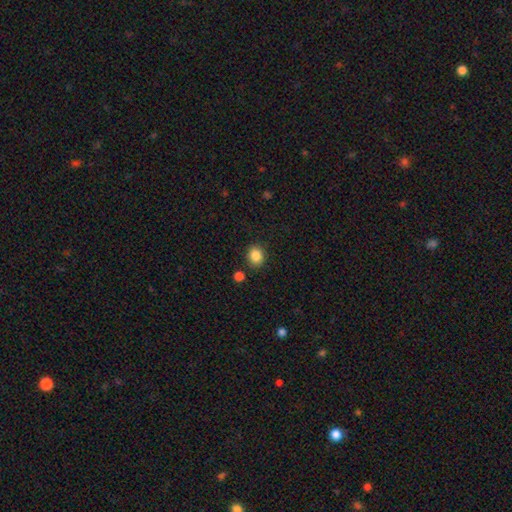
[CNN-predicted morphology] smooth-or-featured: smooth: 87% | star or artifact: 9% | featured or disk: 4%
  how-rounded: round: 68% | in between: 31% | cigar-shaped: 1%
  merging: none: 85% | minor disturbance: 9% | merger: 4% | major disturbance: 3%